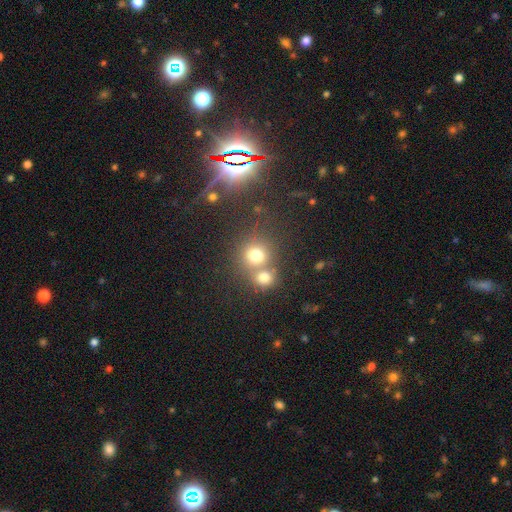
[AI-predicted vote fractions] smooth 73%, star or artifact 17%, featured or disk 11%. Down the decision tree: how rounded — round (85%); merging — none (45%, tied with merger).